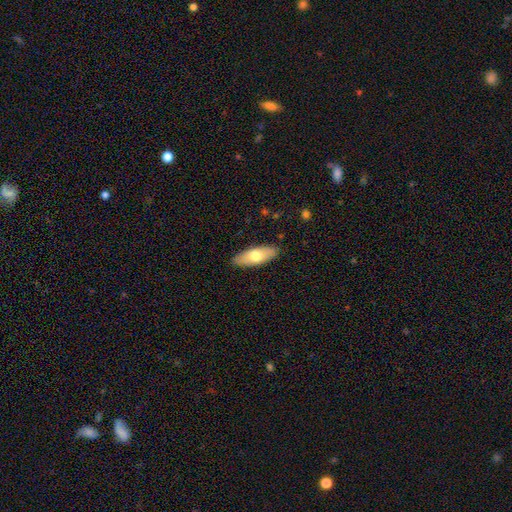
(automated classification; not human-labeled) Q: Smooth or featured?
A: smooth (68%); runner-up: featured or disk (27%)
Q: How rounded?
A: in between (70%); runner-up: cigar-shaped (27%)
Q: Merging?
A: none (88%); runner-up: minor disturbance (10%)